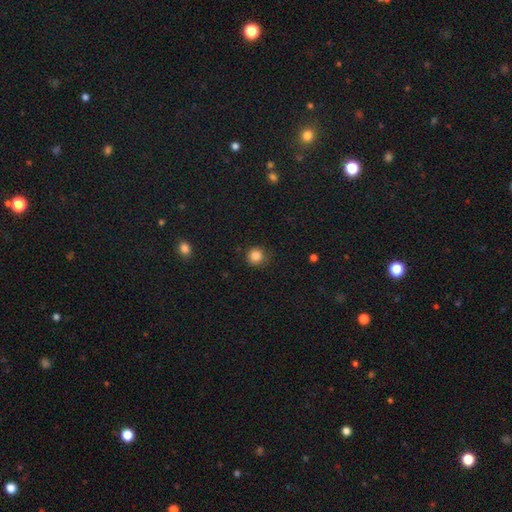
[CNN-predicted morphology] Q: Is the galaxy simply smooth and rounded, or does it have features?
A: smooth — 85%.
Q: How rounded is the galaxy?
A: round — 90%.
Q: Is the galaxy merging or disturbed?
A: none — 81%.